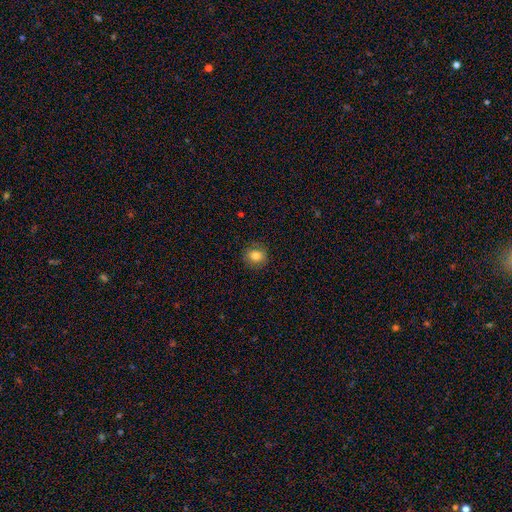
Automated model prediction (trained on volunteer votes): Smooth or featured?
  - smooth: 80% *
  - star or artifact: 11%
  - featured or disk: 9%
How rounded?
  - round: 82% *
  - in between: 17%
  - cigar-shaped: 1%
Merging?
  - none: 87% *
  - minor disturbance: 10%
  - major disturbance: 3%
  - merger: 1%